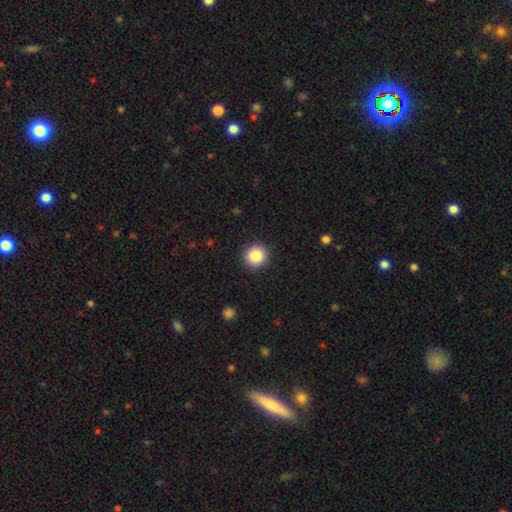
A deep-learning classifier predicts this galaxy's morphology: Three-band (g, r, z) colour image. It shows a smooth galaxy with no disk features (87%) that is round (94%). Merging: none (92%).